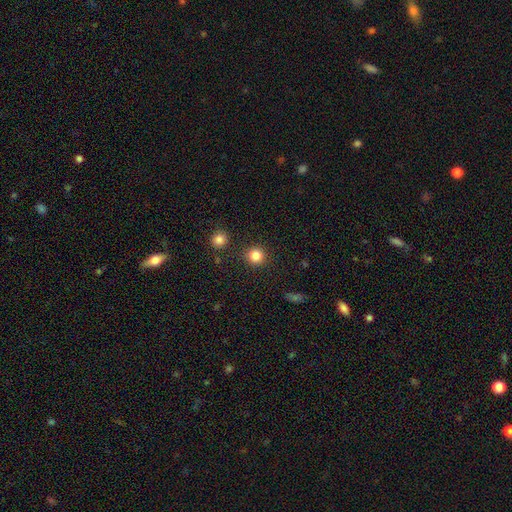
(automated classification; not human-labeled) The model was most divided on "smooth or featured": smooth: 84%, star or artifact: 11%, featured or disk: 4%. More confident: how rounded — round (93%); merging — none (89%).